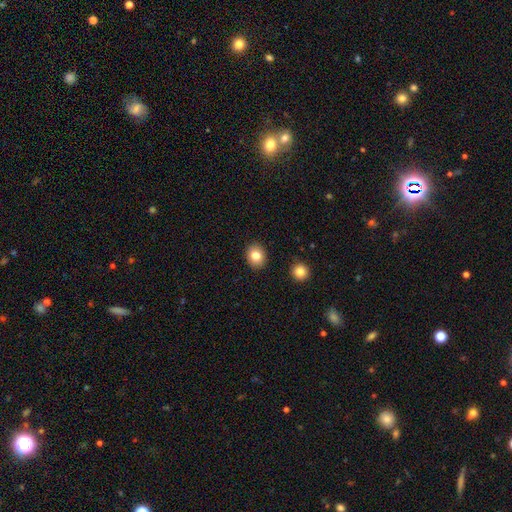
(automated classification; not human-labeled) This is clearly a smooth galaxy (82%). How rounded: likely round (65%). Merging: clearly none (90%).